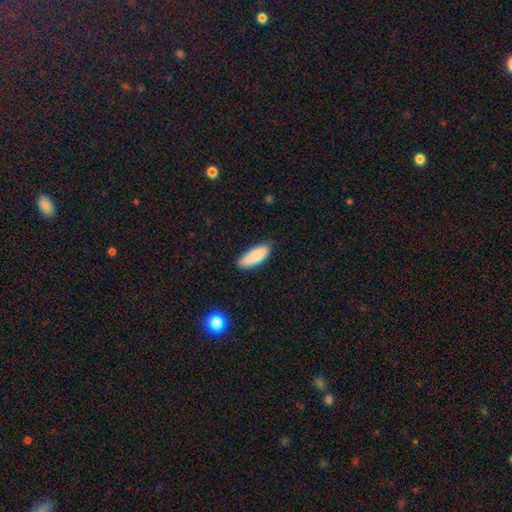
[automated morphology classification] Overall: smooth (88%). How rounded: in between (73%). Merging: none (81%).